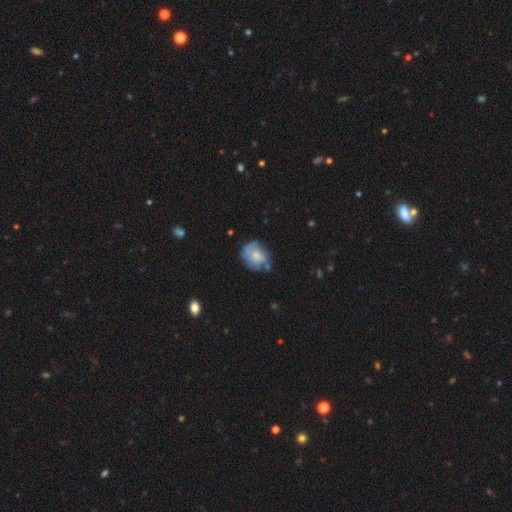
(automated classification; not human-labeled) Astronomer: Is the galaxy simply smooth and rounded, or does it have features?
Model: smooth — 53% (runner-up: featured or disk, 39%).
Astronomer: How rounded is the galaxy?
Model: round — 50% (runner-up: in between, 49%).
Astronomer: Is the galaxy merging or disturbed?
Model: none — 49% (runner-up: minor disturbance, 31%).